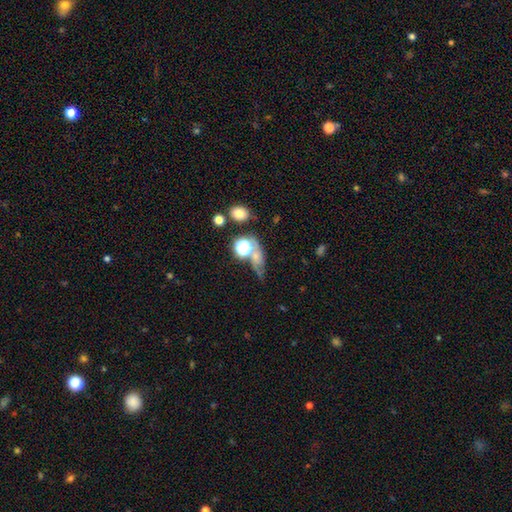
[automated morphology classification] type=smooth (49%); merging=none (42%).